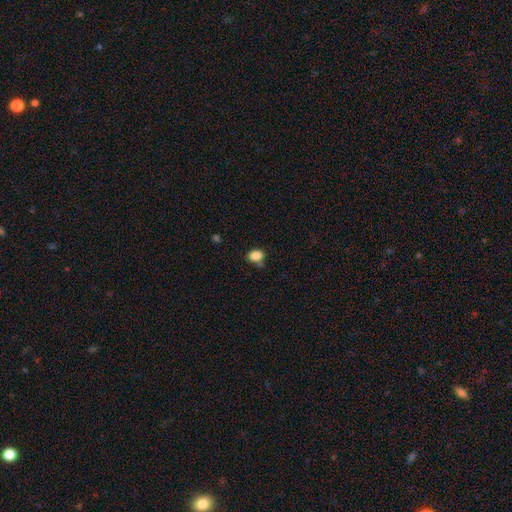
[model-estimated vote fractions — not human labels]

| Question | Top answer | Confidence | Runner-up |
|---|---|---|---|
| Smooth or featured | smooth | 86% | star or artifact (10%) |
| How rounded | in between | 69% | round (30%) |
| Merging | none | 65% | minor disturbance (22%) |